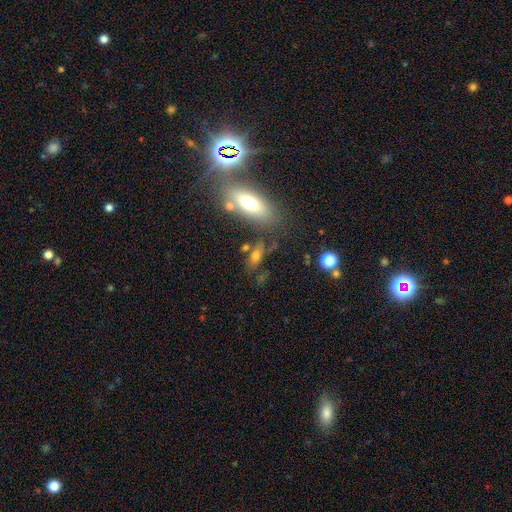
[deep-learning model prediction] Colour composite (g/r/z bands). It shows a smooth galaxy with no disk features (64%) that is in between round and cigar-shaped (67%). Merging: none (58%).